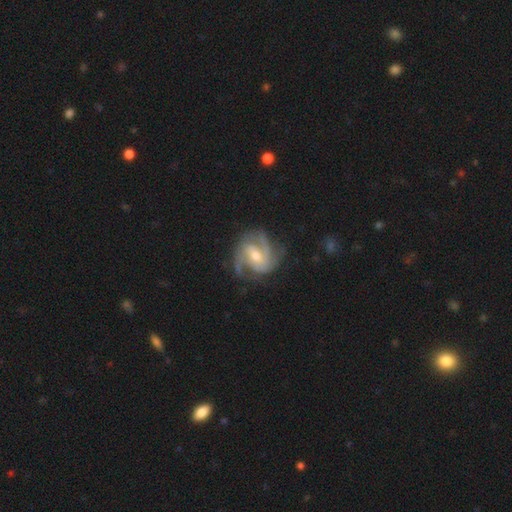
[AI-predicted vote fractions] Smooth or featured?
  - featured or disk: 88% *
  - smooth: 7%
  - star or artifact: 5%
Edge-on disk?
  - no: 98% *
  - yes: 2%
Bar?
  - weak: 49% *
  - no: 33%
  - strong: 18%
Spiral arms?
  - yes: 97% *
  - no: 3%
Spiral winding?
  - medium: 49% *
  - tight: 36%
  - loose: 15%
Spiral arm count?
  - 2: 38% *
  - 3: 36%
  - can't tell: 12%
  - 4: 6%
  - 1: 5%
  - more than 4: 4%
Bulge size?
  - moderate: 60% *
  - small: 34%
  - large: 3%
  - none: 2%
  - dominant: 1%
Merging?
  - none: 67% *
  - minor disturbance: 21%
  - major disturbance: 11%
  - merger: 2%